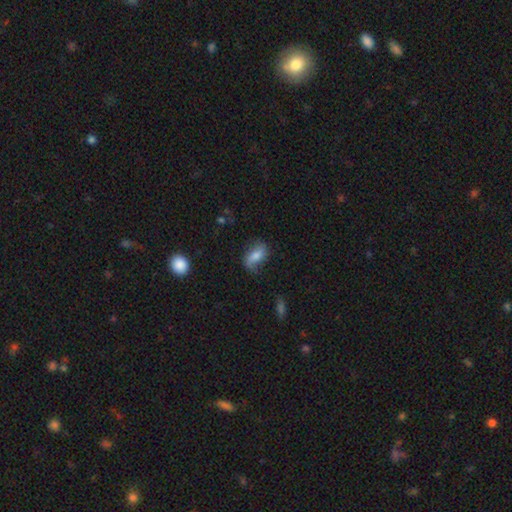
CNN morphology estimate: smooth-or-featured: smooth: 58% | featured or disk: 34% | star or artifact: 8%
  how-rounded: in between: 87% | round: 8% | cigar-shaped: 6%
  merging: none: 56% | minor disturbance: 27% | major disturbance: 14% | merger: 2%